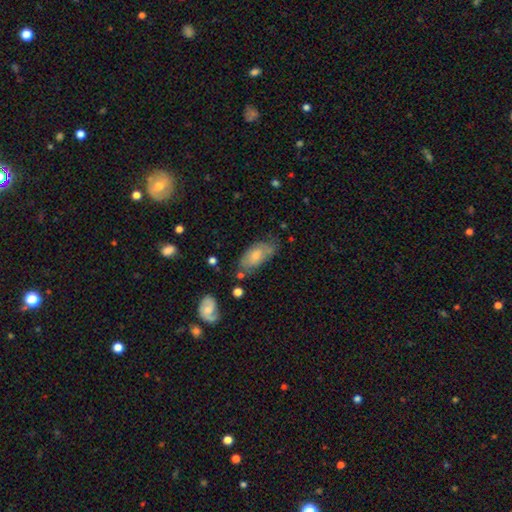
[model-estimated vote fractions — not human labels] Smooth or featured? smooth (65%)
How rounded? in between (90%)
Merging? none (56%)